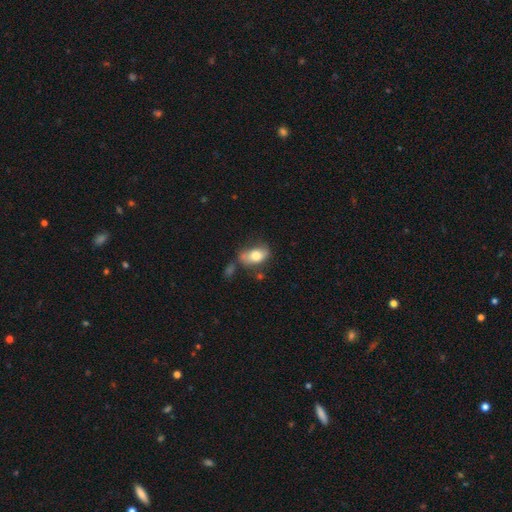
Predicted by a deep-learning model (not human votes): The model was most divided on "merging": none: 47%, minor disturbance: 28%, merger: 13%, major disturbance: 12%. More confident: how rounded — in between (88%); smooth or featured — smooth (73%).